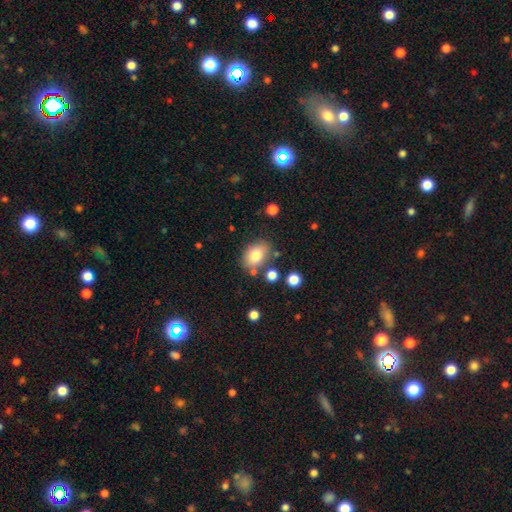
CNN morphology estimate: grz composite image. It shows a smooth galaxy with no disk features (79%) that is in between round and cigar-shaped (67%). Merging: none (72%).